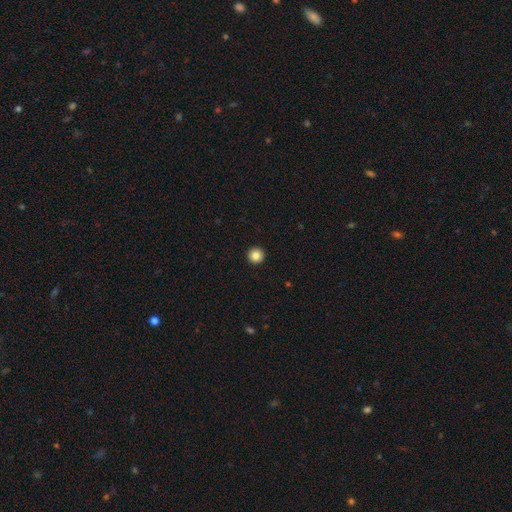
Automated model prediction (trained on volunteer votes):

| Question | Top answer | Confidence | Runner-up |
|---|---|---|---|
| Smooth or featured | smooth | 85% | star or artifact (10%) |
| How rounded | round | 96% | in between (3%) |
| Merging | none | 94% | minor disturbance (3%) |